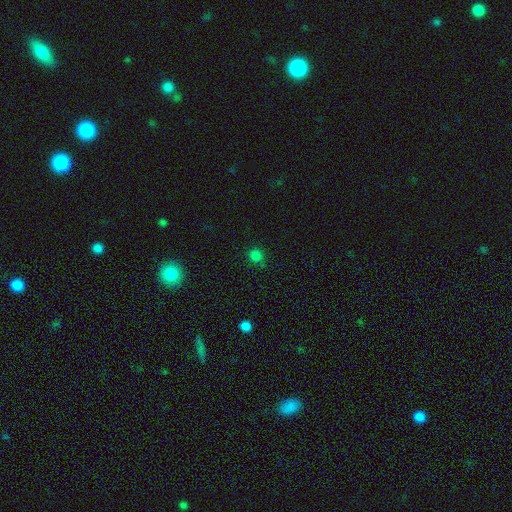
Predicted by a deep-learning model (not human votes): The model was most divided on "smooth or featured": smooth: 78%, star or artifact: 19%, featured or disk: 3%. More confident: how rounded — round (91%); merging — none (82%).